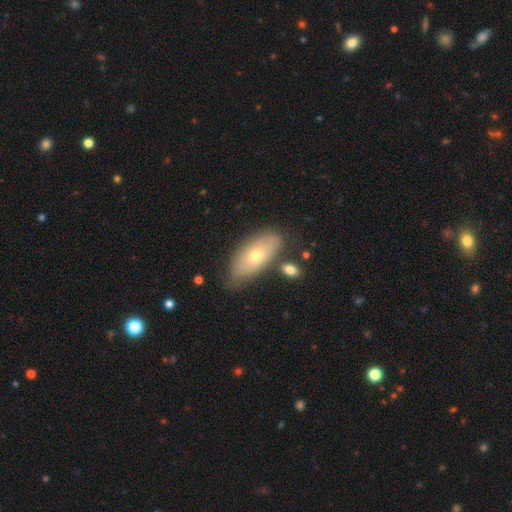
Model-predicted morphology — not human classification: The model was most divided on "smooth or featured": smooth: 59%, featured or disk: 35%, star or artifact: 6%. More confident: how rounded — in between (88%); merging — none (71%).